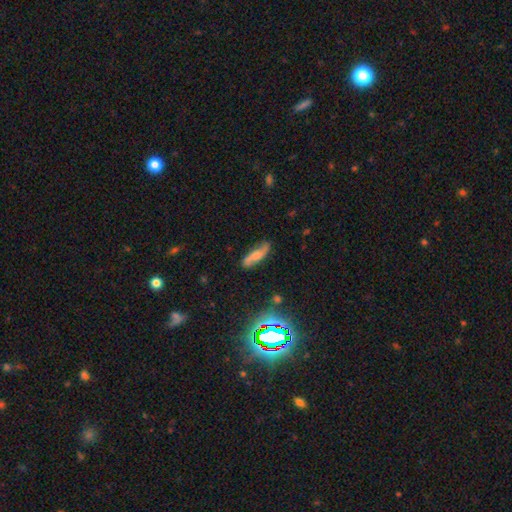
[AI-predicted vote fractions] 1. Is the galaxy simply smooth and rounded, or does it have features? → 51% featured or disk, 39% smooth, 10% star or artifact.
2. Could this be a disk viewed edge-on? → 75% no, 25% yes.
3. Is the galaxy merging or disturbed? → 78% none, 16% minor disturbance, 4% major disturbance, 2% merger.